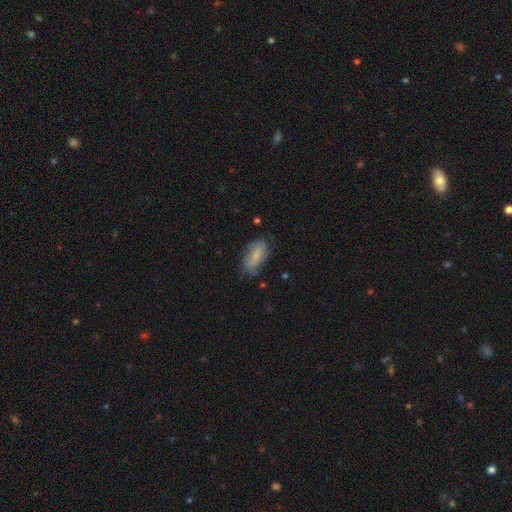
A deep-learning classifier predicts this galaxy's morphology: Q: Smooth or featured?
A: smooth (59%); runner-up: featured or disk (33%)
Q: How rounded?
A: in between (87%); runner-up: cigar-shaped (9%)
Q: Merging?
A: none (62%); runner-up: minor disturbance (27%)